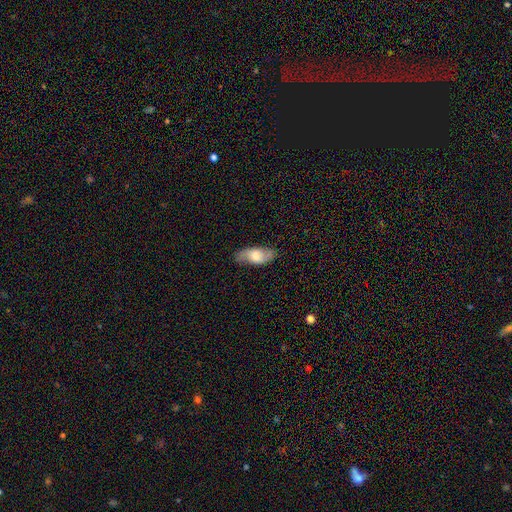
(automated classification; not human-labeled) Smooth or featured?
  - featured or disk: 49% *
  - smooth: 44%
  - star or artifact: 7%
Merging?
  - none: 80% *
  - minor disturbance: 15%
  - major disturbance: 4%
  - merger: 1%